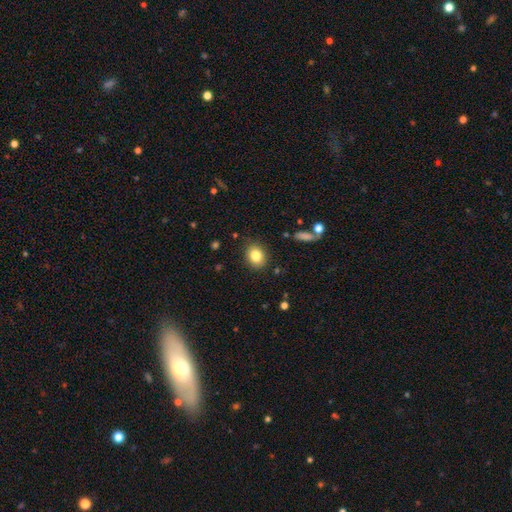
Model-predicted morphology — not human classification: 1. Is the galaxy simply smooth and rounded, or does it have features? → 83% smooth, 10% star or artifact, 7% featured or disk.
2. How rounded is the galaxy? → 51% round, 48% in between, 1% cigar-shaped.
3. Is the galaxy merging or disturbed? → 86% none, 10% minor disturbance, 3% major disturbance, 2% merger.